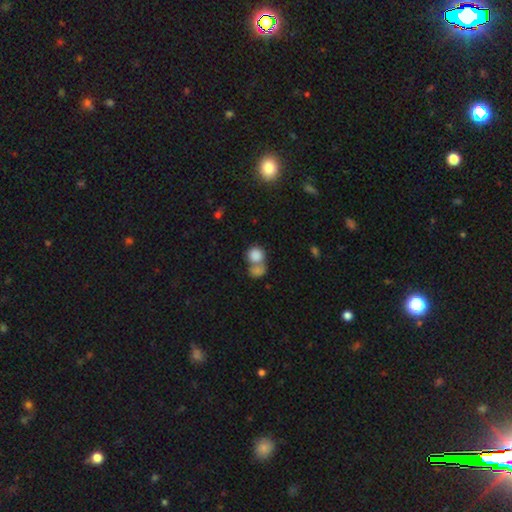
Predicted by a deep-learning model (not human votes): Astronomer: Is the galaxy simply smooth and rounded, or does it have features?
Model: smooth — 83%.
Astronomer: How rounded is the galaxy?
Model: round — 75%.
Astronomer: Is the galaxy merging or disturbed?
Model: merger — 57%.